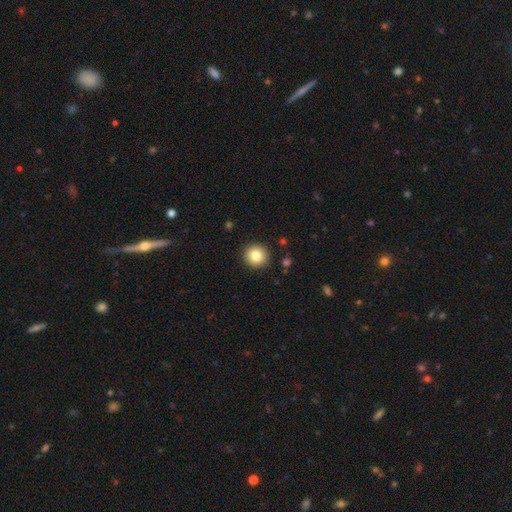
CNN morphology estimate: Smooth or featured?
  - smooth: 83% *
  - star or artifact: 9%
  - featured or disk: 8%
How rounded?
  - round: 93% *
  - in between: 7%
  - cigar-shaped: 1%
Merging?
  - none: 91% *
  - minor disturbance: 6%
  - major disturbance: 2%
  - merger: 1%